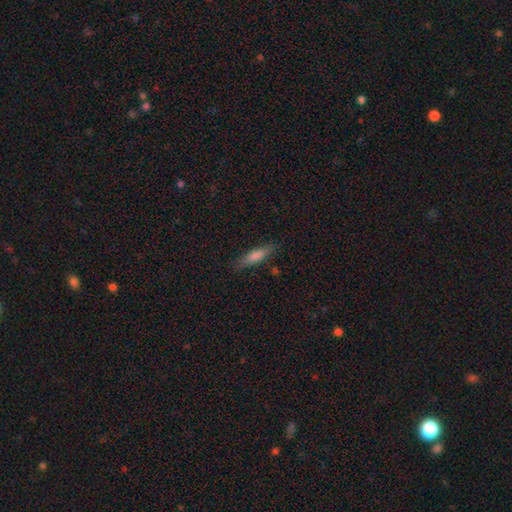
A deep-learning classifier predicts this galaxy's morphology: Smooth or featured? Predicted: smooth (p=0.70). How rounded? Predicted: cigar-shaped (p=0.75). Merging? Predicted: none (p=0.83).